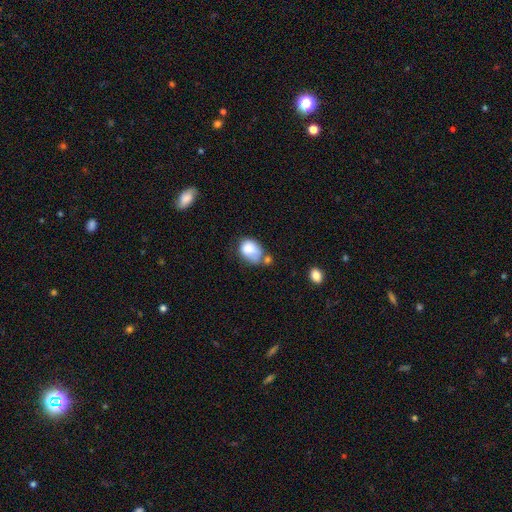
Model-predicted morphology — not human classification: This appears to be a smooth galaxy with no disk features (77%) that is in between round and cigar-shaped (67%). Merging: merger (29%, tied with none).